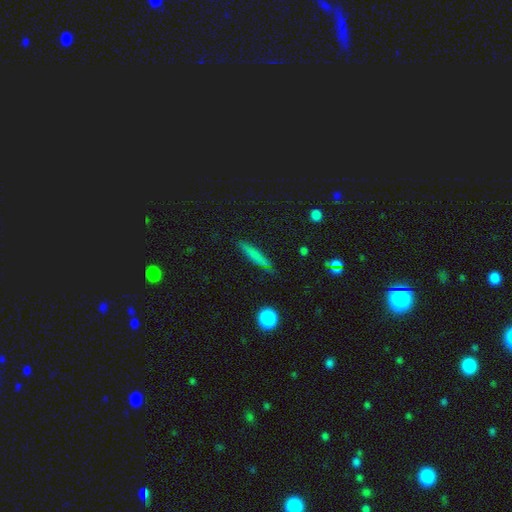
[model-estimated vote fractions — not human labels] Smooth or featured? Predicted: smooth (p=0.70). How rounded? Predicted: cigar-shaped (p=0.89). Merging? Predicted: none (p=0.82).